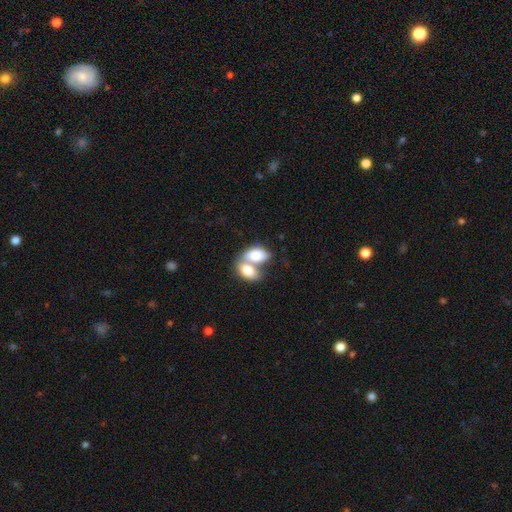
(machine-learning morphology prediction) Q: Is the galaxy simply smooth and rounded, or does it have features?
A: smooth — 77%.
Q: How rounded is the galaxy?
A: in between — 91%.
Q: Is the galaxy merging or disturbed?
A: merger — 76%.